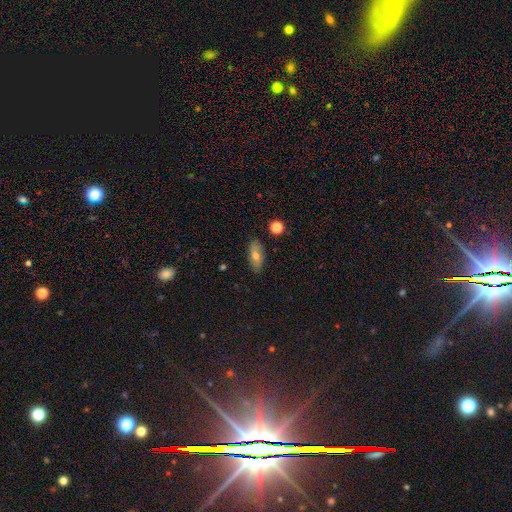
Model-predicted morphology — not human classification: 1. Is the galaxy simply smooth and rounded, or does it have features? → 62% smooth, 29% featured or disk, 10% star or artifact.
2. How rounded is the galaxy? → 82% in between, 14% cigar-shaped, 5% round.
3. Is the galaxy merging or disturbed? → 85% none, 12% minor disturbance, 2% major disturbance, 2% merger.